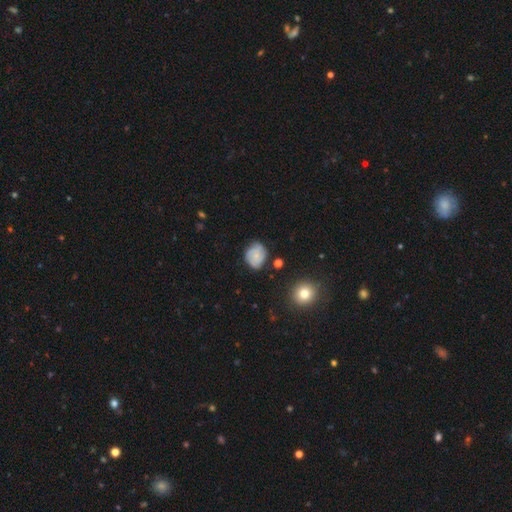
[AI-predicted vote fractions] Smooth or featured? featured or disk (52%)
Edge-on disk? no (98%)
Bar? no (74%)
Spiral arms? yes (86%)
Bulge size? small (65%)
Merging? none (71%)